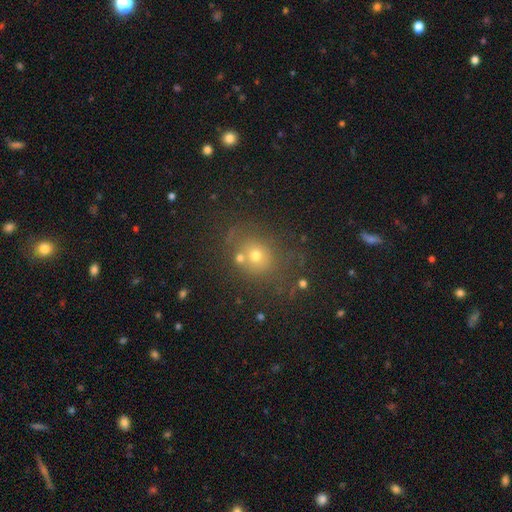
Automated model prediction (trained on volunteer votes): The model was most divided on "how rounded": round: 70%, in between: 29%, cigar-shaped: 1%. More confident: merging — none (65%); smooth or featured — smooth (63%).